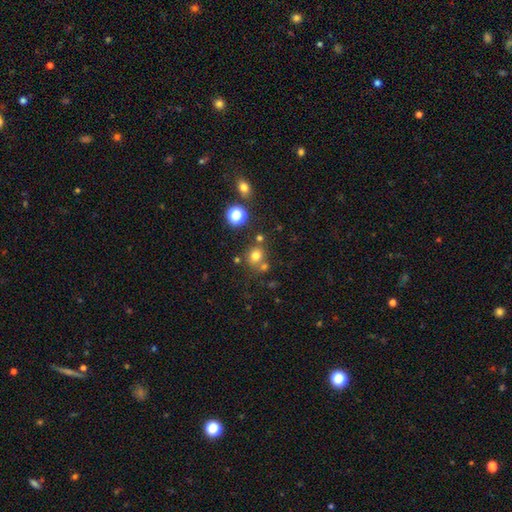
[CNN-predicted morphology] This is likely a smooth galaxy (73%). How rounded: likely round (76%). Merging: likely none (69%).